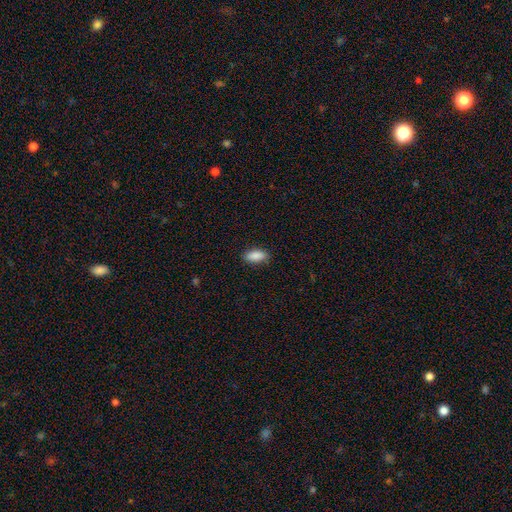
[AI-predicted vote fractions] The model was most divided on "how rounded": in between: 85%, cigar-shaped: 13%, round: 2%. More confident: smooth or featured — smooth (89%); merging — none (87%).